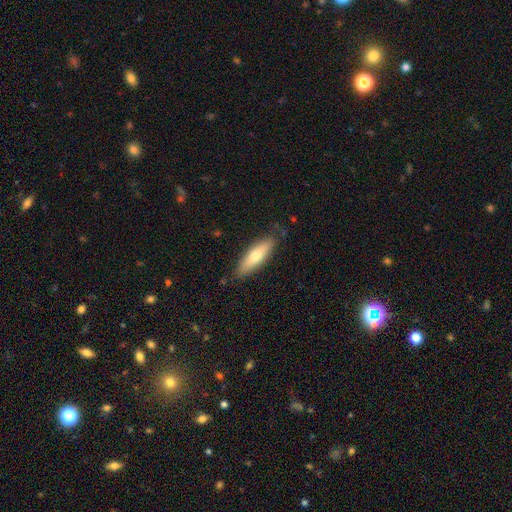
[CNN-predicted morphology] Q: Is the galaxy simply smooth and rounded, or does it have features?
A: smooth — 64%.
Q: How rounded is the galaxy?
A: cigar-shaped — 53%.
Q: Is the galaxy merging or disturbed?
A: none — 82%.